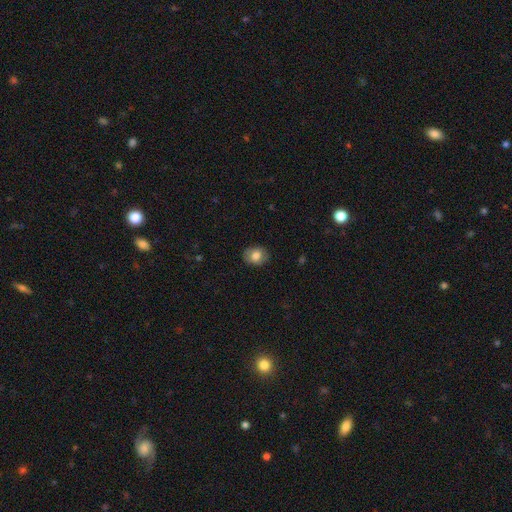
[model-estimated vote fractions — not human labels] A smooth galaxy with no disk features (77%) that is in between round and cigar-shaped (50%). Merging: none (85%).